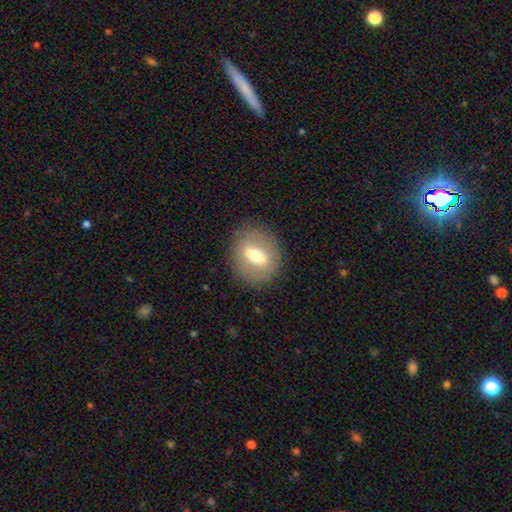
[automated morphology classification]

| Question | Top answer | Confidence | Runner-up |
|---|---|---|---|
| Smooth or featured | featured or disk | 47% | smooth (44%) |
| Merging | none | 85% | minor disturbance (9%) |